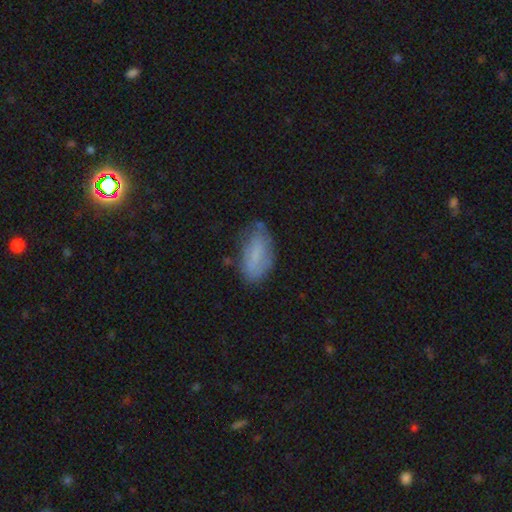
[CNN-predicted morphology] Smooth or featured: smooth — 67% (featured or disk — 25%)
How rounded: in between — 90% (cigar-shaped — 7%)
Merging: none — 59% (minor disturbance — 29%)